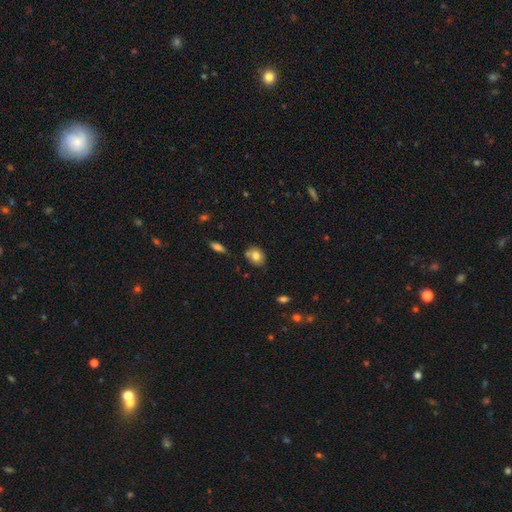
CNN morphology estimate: This appears to be a smooth galaxy with no disk features (77%) that is round (50%). Merging: none (64%).